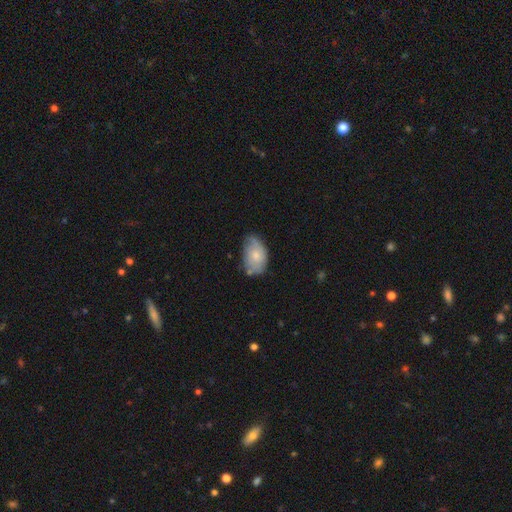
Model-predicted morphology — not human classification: Smooth or featured? smooth (62%)
How rounded? in between (90%)
Merging? none (52%)